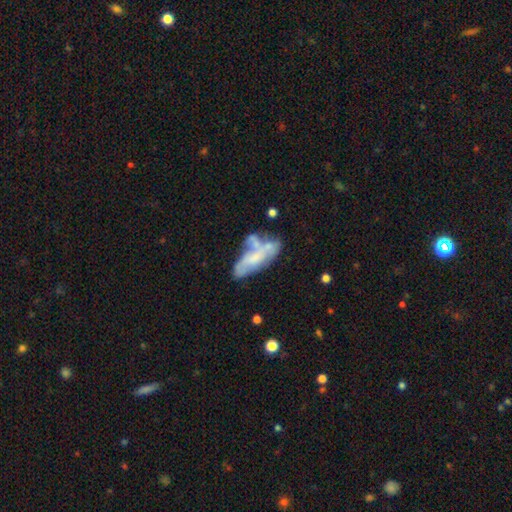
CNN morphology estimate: featured or disk 56%, smooth 35%, star or artifact 9%. Down the decision tree: edge-on disk — no (89%); merging — none (30%).